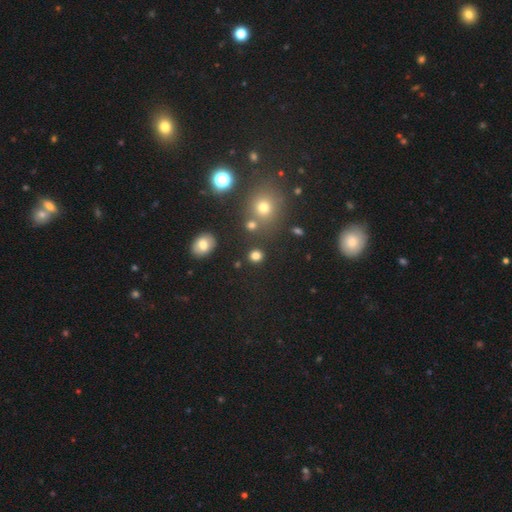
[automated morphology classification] Q: Smooth or featured?
A: smooth (78%); runner-up: star or artifact (17%)
Q: How rounded?
A: round (81%); runner-up: in between (17%)
Q: Merging?
A: none (85%); runner-up: minor disturbance (7%)